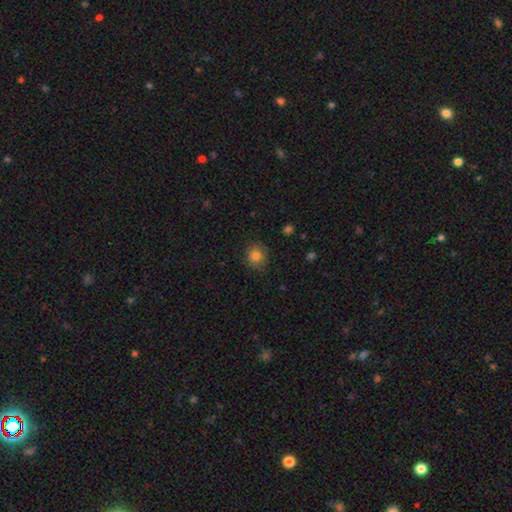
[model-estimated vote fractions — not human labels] A smooth galaxy with no disk features (83%) that is round (83%). Merging: none (82%).